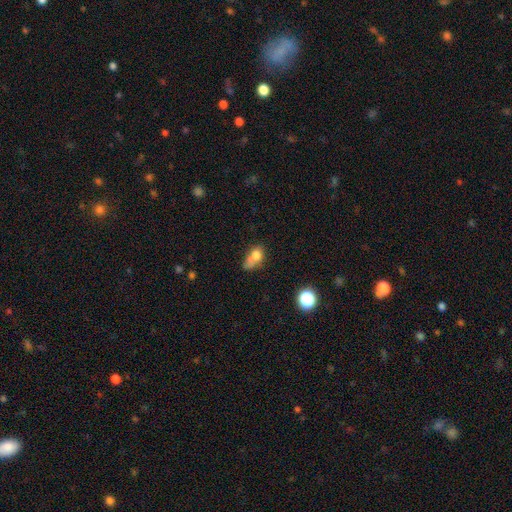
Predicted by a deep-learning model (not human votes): Overall: smooth (70%). How rounded: in between (65%; round 30%). Merging: merger (31%; none 26%).